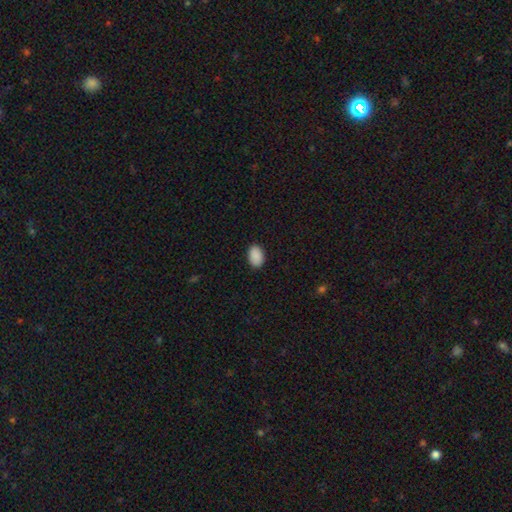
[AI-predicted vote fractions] smooth-or-featured: smooth: 90% | star or artifact: 7% | featured or disk: 2%
  how-rounded: in between: 87% | round: 12% | cigar-shaped: 1%
  merging: none: 89% | minor disturbance: 8% | major disturbance: 2% | merger: 1%